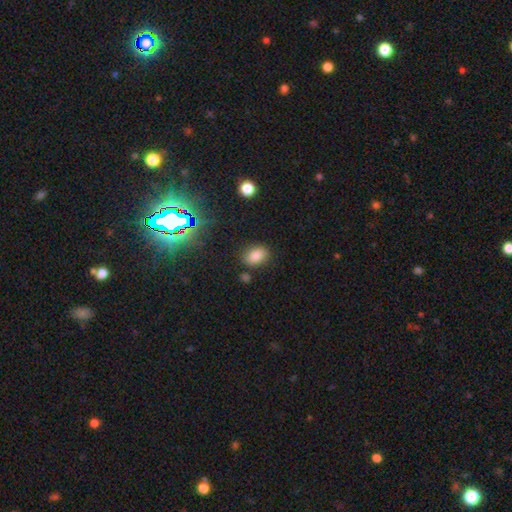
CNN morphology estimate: Smooth or featured?
  - smooth: 80% *
  - star or artifact: 13%
  - featured or disk: 7%
How rounded?
  - in between: 76% *
  - round: 23%
  - cigar-shaped: 1%
Merging?
  - none: 79% *
  - minor disturbance: 13%
  - merger: 4%
  - major disturbance: 3%